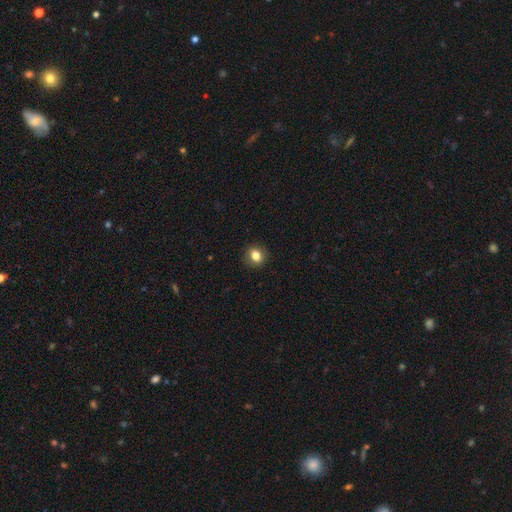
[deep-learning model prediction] Smooth or featured? Predicted: smooth (p=0.82). How rounded? Predicted: round (p=0.68). Merging? Predicted: none (p=0.88).